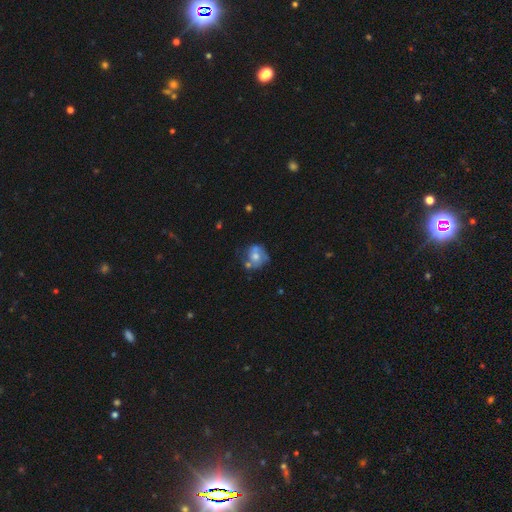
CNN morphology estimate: The model was most divided on "smooth or featured": smooth: 47%, featured or disk: 44%, star or artifact: 9%. Remaining: merging — none (41%).